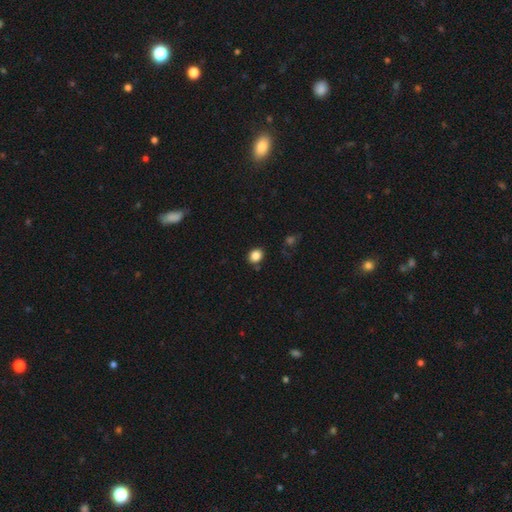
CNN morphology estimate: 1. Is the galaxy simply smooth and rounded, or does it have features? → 85% smooth, 10% star or artifact, 4% featured or disk.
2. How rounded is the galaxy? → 59% round, 40% in between, 1% cigar-shaped.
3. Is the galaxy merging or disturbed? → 85% none, 10% minor disturbance, 3% merger, 2% major disturbance.